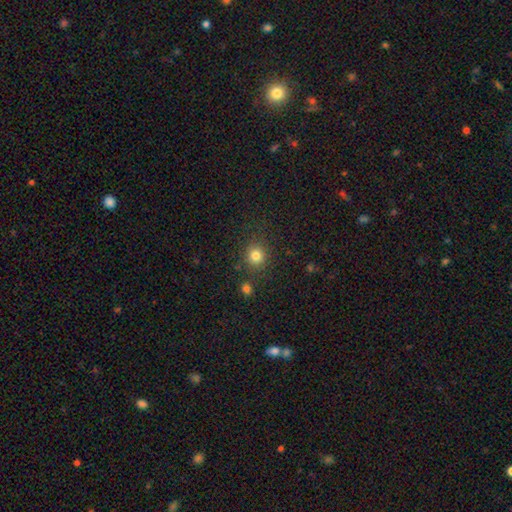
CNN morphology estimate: smooth-or-featured: smooth: 81% | star or artifact: 13% | featured or disk: 5%
  how-rounded: round: 88% | in between: 11% | cigar-shaped: 1%
  merging: none: 83% | minor disturbance: 9% | merger: 5% | major disturbance: 4%